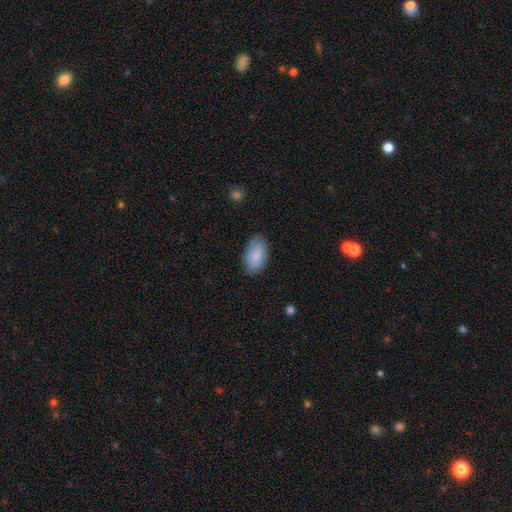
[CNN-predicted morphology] Smooth or featured?
  - smooth: 86% *
  - featured or disk: 8%
  - star or artifact: 6%
How rounded?
  - in between: 95% *
  - round: 4%
  - cigar-shaped: 2%
Merging?
  - none: 78% *
  - minor disturbance: 17%
  - major disturbance: 3%
  - merger: 1%